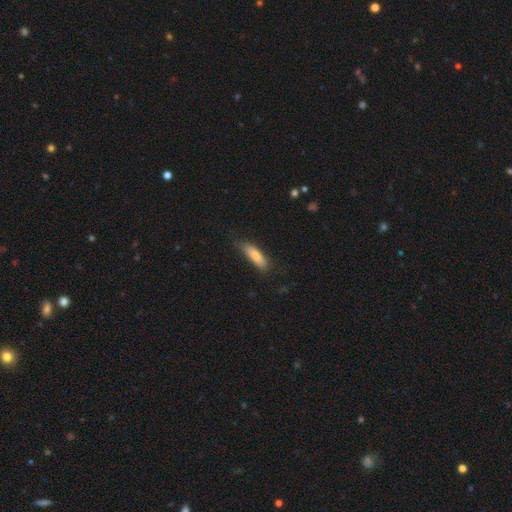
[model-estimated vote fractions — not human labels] smooth-or-featured: smooth: 80% | featured or disk: 13% | star or artifact: 6%
  how-rounded: in between: 49% (tied) | cigar-shaped: 49% (tied) | round: 2%
  merging: none: 72% | minor disturbance: 22% | major disturbance: 5% | merger: 1%